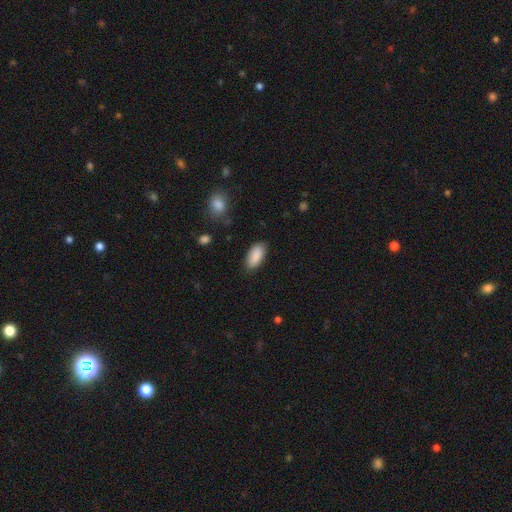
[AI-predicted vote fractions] Q: Smooth or featured?
A: smooth (90%); runner-up: star or artifact (6%)
Q: How rounded?
A: in between (90%); runner-up: cigar-shaped (8%)
Q: Merging?
A: none (86%); runner-up: minor disturbance (10%)